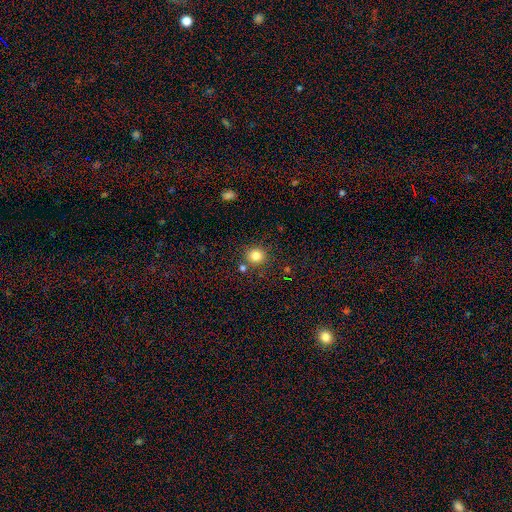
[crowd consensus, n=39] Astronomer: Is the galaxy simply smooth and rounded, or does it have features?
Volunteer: smooth — 85%.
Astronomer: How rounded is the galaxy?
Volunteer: round — 88%.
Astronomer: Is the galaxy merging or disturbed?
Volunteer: none — 100%.